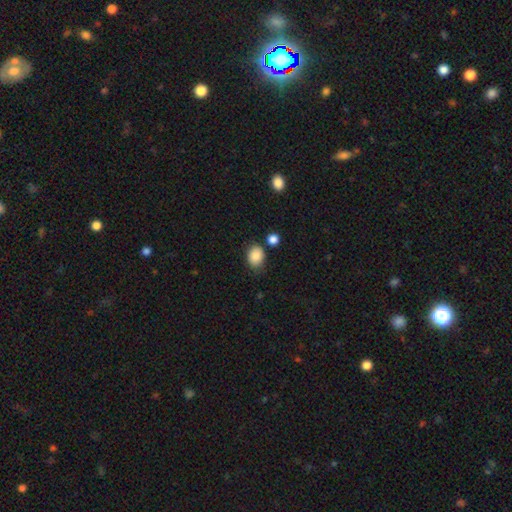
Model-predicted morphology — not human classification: Overall: smooth (87%). How rounded: in between (63%; round 36%). Merging: none (72%).